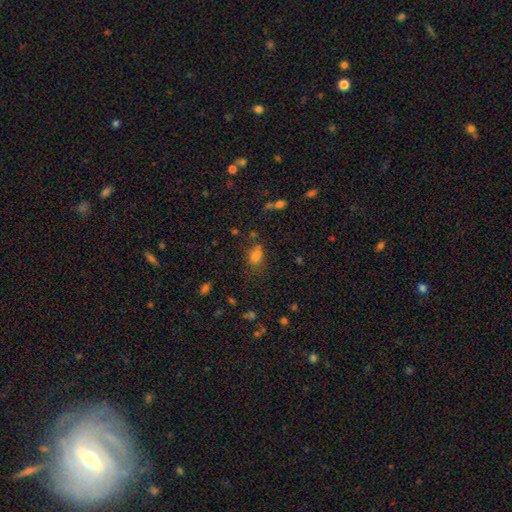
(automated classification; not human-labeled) smooth_or_featured: smooth (p=0.71) [alt: star or artifact p=0.21]
how_rounded: in between (p=0.70) [alt: round p=0.27]
merging: none (p=0.55) [alt: minor disturbance p=0.20]